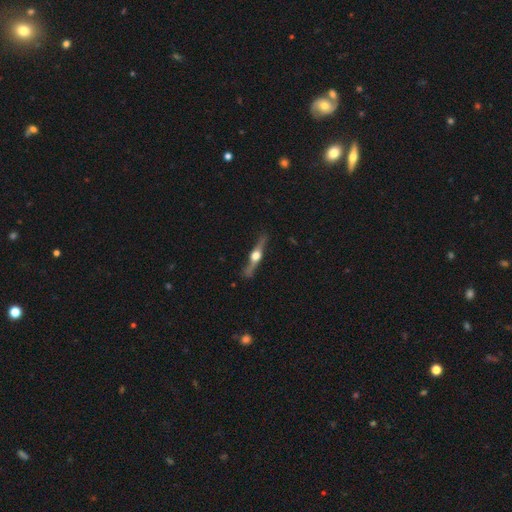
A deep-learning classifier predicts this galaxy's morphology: Q: Smooth or featured?
A: featured or disk (83%); runner-up: smooth (12%)
Q: Edge-on disk?
A: yes (97%); runner-up: no (3%)
Q: Edge-on bulge?
A: rounded (96%); runner-up: boxy (3%)
Q: Merging?
A: none (88%); runner-up: minor disturbance (9%)